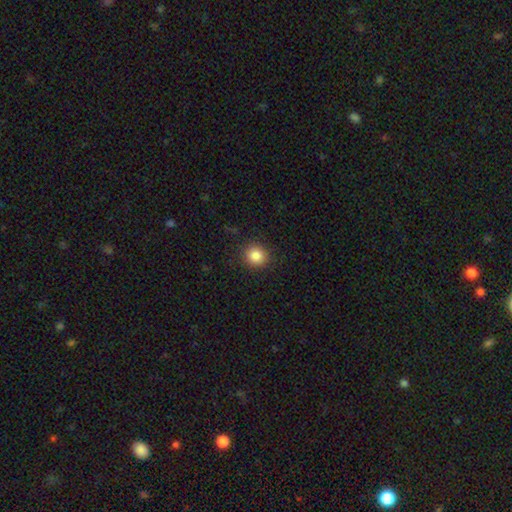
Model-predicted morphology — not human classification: Q: Smooth or featured?
A: smooth (85%); runner-up: star or artifact (10%)
Q: How rounded?
A: round (85%); runner-up: in between (14%)
Q: Merging?
A: none (89%); runner-up: minor disturbance (7%)